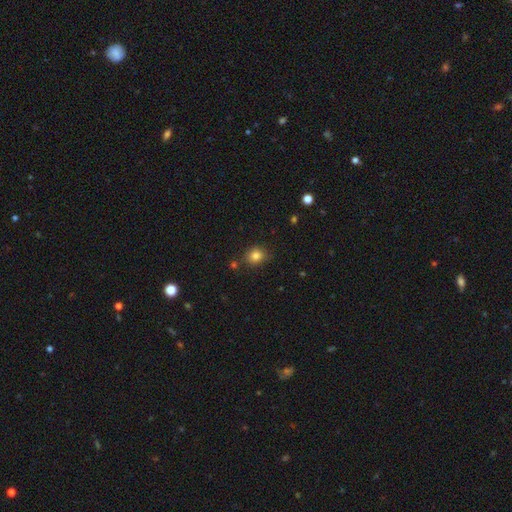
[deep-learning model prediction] Smooth or featured: smooth — 82% (star or artifact — 12%)
How rounded: round — 71% (in between — 28%)
Merging: none — 79% (minor disturbance — 13%)